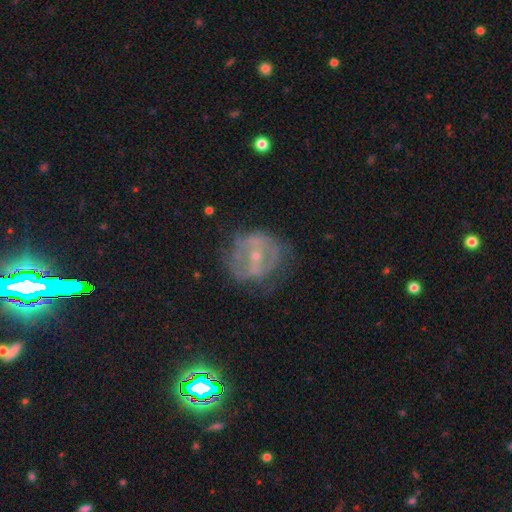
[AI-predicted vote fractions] smooth-or-featured: featured or disk: 69% | smooth: 18% | star or artifact: 13%
  disk-edge-on: no: 95% | yes: 5%
    bar: weak: 38% | strong: 34% | no: 27%
    has-spiral-arms: no: 50% (tied) | yes: 50% (tied)
    bulge-size: small: 70% | moderate: 25% | none: 3% | large: 1% | dominant: 1%
  merging: none: 63% | minor disturbance: 21% | major disturbance: 14% | merger: 2%